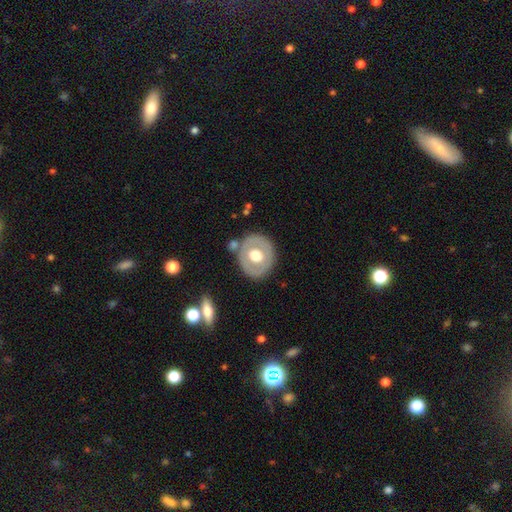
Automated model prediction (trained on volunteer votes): Q: Smooth or featured?
A: featured or disk (49%); runner-up: smooth (45%)
Q: Merging?
A: none (77%); runner-up: minor disturbance (12%)